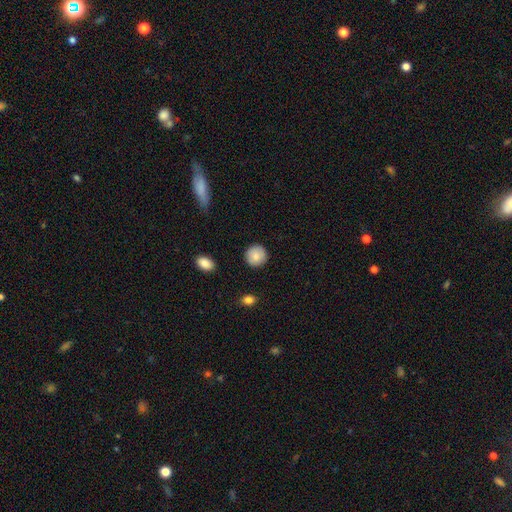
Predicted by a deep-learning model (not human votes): Smooth or featured? smooth (85%)
How rounded? round (93%)
Merging? none (89%)